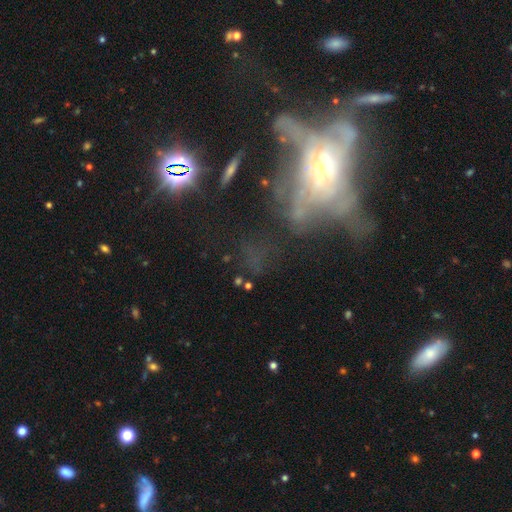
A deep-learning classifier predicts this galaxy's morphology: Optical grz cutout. It shows a featured or disk galaxy (48%). Merging: none (39%).